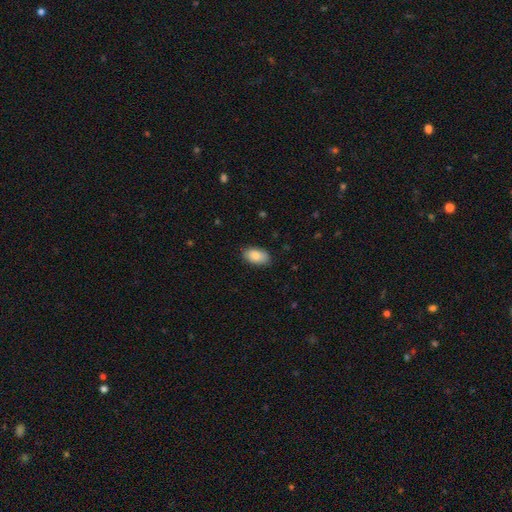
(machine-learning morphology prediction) type=smooth (86%); roundness=in between (94%); merging=none (84%).